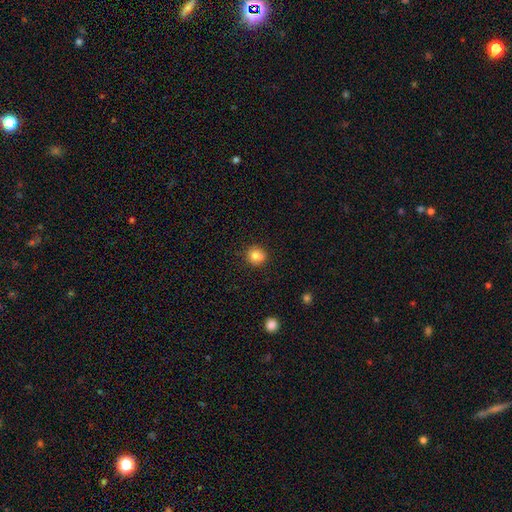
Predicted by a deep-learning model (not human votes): smooth_or_featured: smooth (p=0.78) [alt: featured or disk p=0.11]
how_rounded: round (p=0.87) [alt: in between p=0.12]
merging: none (p=0.60) [alt: merger p=0.25]